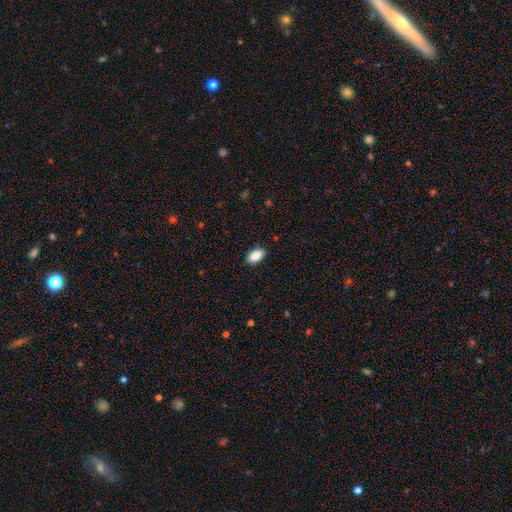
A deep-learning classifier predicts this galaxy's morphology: smooth 89%, star or artifact 7%, featured or disk 4%. Down the decision tree: how rounded — in between (94%); merging — none (89%).